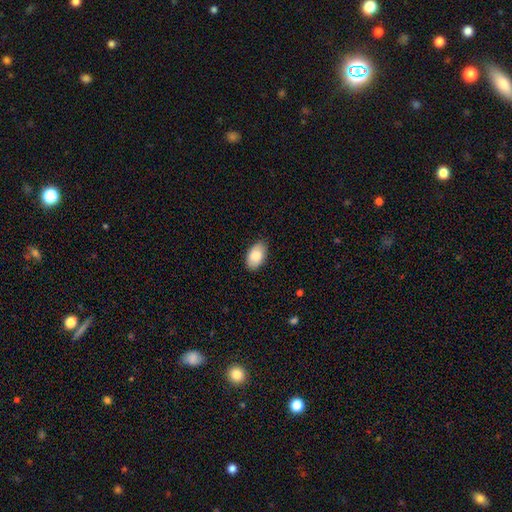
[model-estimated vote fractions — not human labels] smooth 85%, featured or disk 9%, star or artifact 6%. Down the decision tree: how rounded — in between (94%); merging — none (86%).